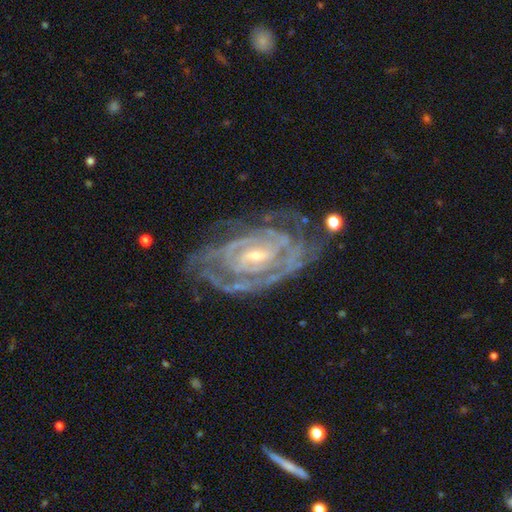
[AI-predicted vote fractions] smooth_or_featured: featured or disk (p=0.89) [alt: smooth p=0.05]
disk_edge_on: no (p=0.96) [alt: yes p=0.04]
bar: weak (p=0.43) [alt: no p=0.35]
has_spiral_arms: yes (p=0.96) [alt: no p=0.04]
spiral_winding: tight (p=0.72) [alt: medium p=0.23]
spiral_arm_count: can't tell (p=0.32) [alt: 2 p=0.27]
bulge_size: small (p=0.74) [alt: moderate p=0.22]
merging: none (p=0.65) [alt: minor disturbance p=0.21]